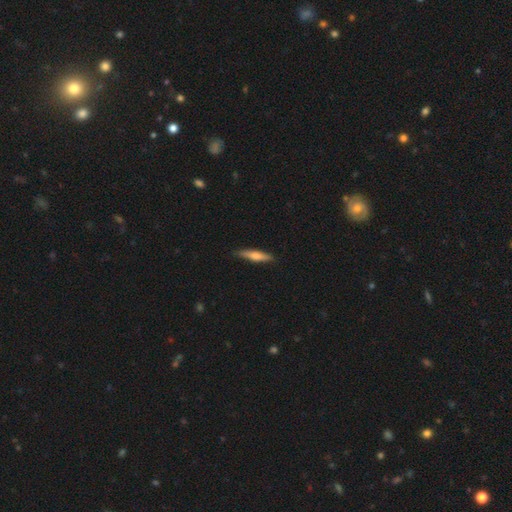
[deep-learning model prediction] Q: Smooth or featured?
A: smooth (57%); runner-up: featured or disk (37%)
Q: How rounded?
A: cigar-shaped (85%); runner-up: in between (13%)
Q: Merging?
A: none (87%); runner-up: minor disturbance (10%)